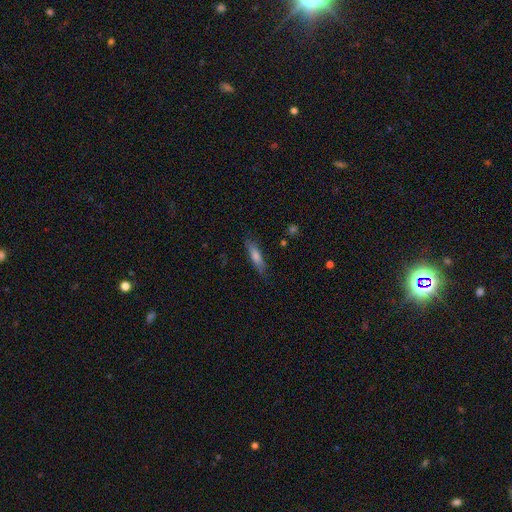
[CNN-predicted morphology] smooth_or_featured: smooth (p=0.61) [alt: featured or disk p=0.31]
how_rounded: cigar-shaped (p=0.81) [alt: in between p=0.17]
merging: none (p=0.84) [alt: minor disturbance p=0.12]